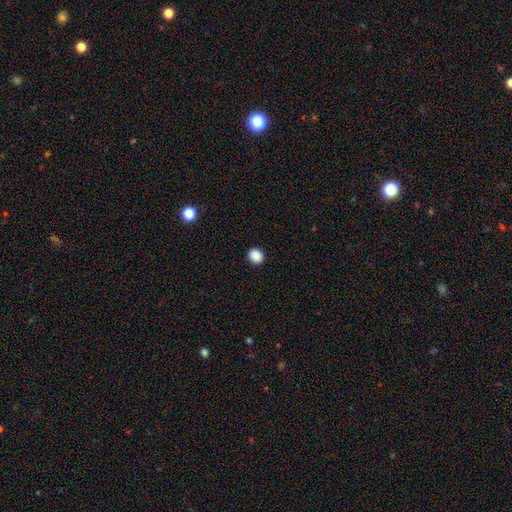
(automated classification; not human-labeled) Overall: smooth (89%). How rounded: round (68%; in between 31%). Merging: none (92%).